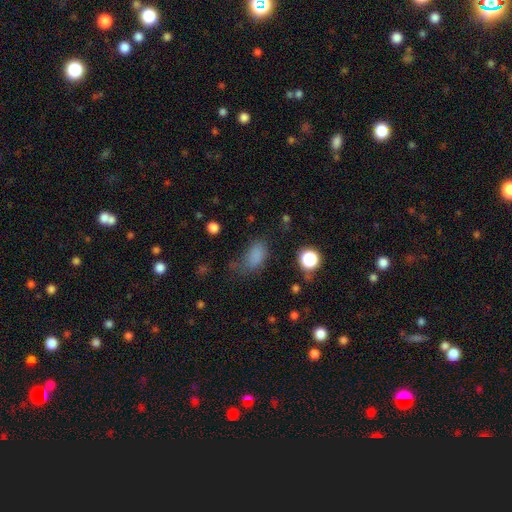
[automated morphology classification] smooth_or_featured: smooth (p=0.77) [alt: star or artifact p=0.15]
how_rounded: in between (p=0.87) [alt: round p=0.11]
merging: none (p=0.44) [alt: minor disturbance p=0.30]